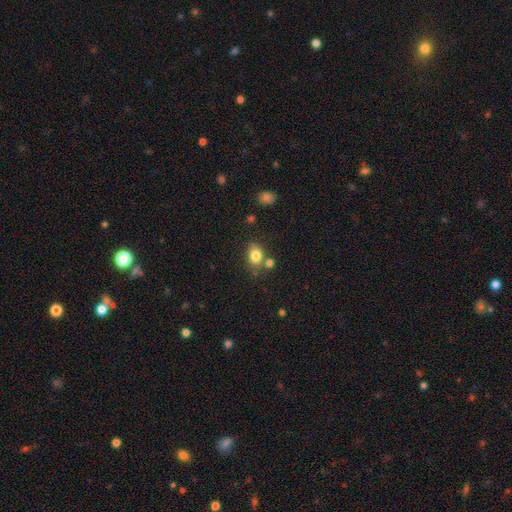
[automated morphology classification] Smooth or featured: smooth — 82% (star or artifact — 10%)
How rounded: in between — 59% (round — 40%)
Merging: none — 65% (minor disturbance — 16%)